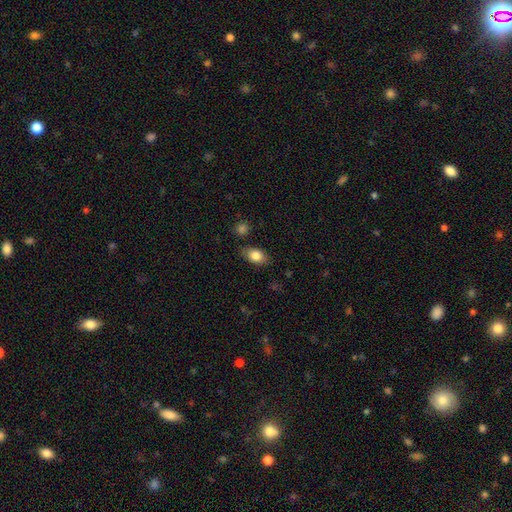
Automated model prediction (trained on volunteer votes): smooth-or-featured: smooth: 82% | featured or disk: 10% | star or artifact: 8%
  how-rounded: in between: 85% | round: 13% | cigar-shaped: 3%
  merging: none: 81% | minor disturbance: 13% | major disturbance: 3% | merger: 2%